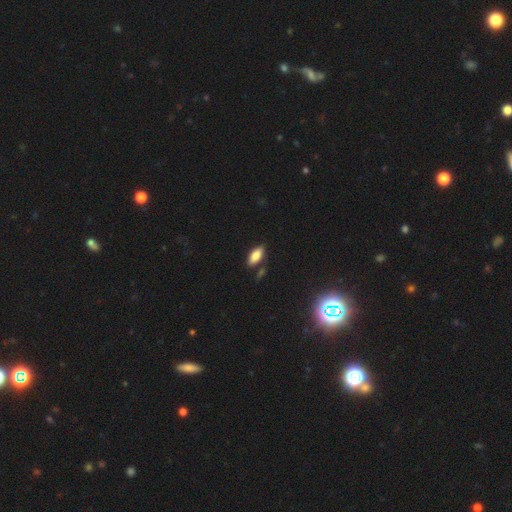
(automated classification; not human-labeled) Smooth or featured: smooth — 79% (featured or disk — 13%)
How rounded: in between — 84% (cigar-shaped — 14%)
Merging: none — 80% (minor disturbance — 12%)